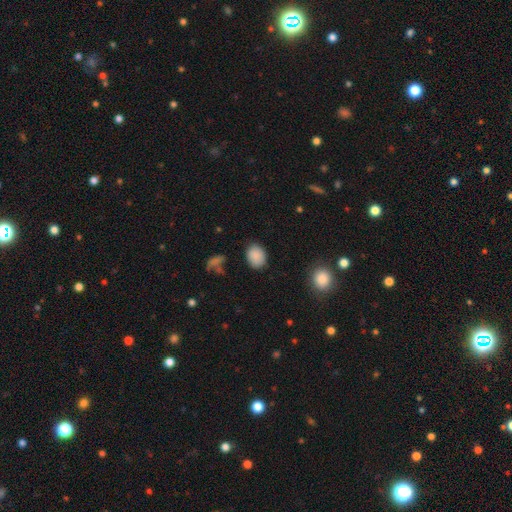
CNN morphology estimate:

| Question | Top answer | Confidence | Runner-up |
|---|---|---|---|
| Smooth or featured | smooth | 87% | star or artifact (9%) |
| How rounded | in between | 58% | round (41%) |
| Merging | none | 81% | minor disturbance (13%) |